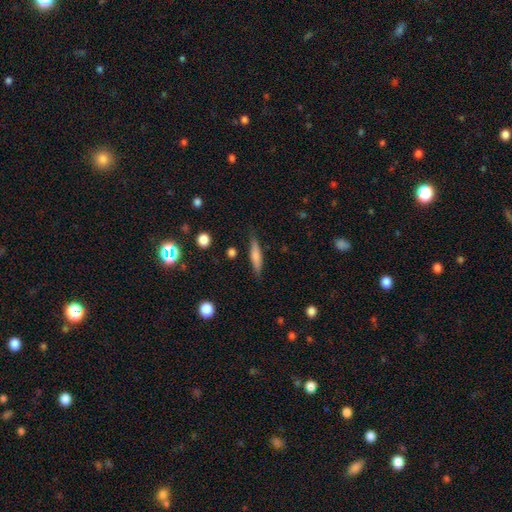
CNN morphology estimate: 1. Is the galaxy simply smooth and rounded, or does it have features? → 70% smooth, 24% featured or disk, 7% star or artifact.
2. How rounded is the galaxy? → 82% cigar-shaped, 16% in between, 2% round.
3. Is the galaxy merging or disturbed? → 82% none, 14% minor disturbance, 3% major disturbance, 2% merger.